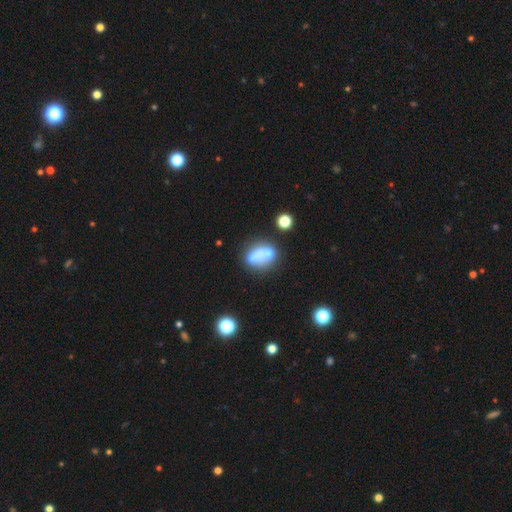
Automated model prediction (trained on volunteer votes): Smooth or featured? Predicted: smooth (p=0.58). How rounded? Predicted: in between (p=0.61). Merging? Predicted: merger (p=0.38).